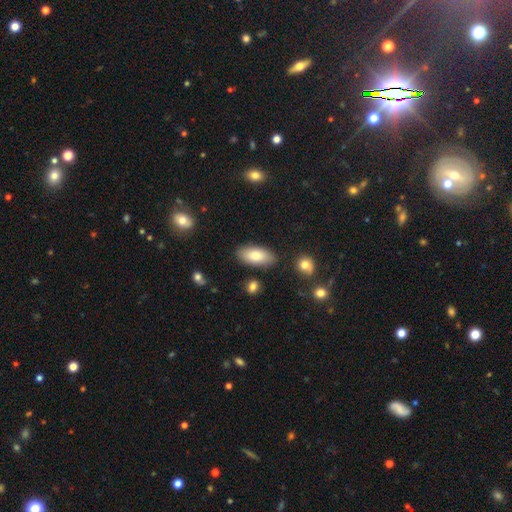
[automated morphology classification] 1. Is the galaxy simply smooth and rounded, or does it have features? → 81% smooth, 12% featured or disk, 6% star or artifact.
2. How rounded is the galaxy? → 89% in between, 9% cigar-shaped, 2% round.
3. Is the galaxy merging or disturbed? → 84% none, 11% minor disturbance, 3% merger, 2% major disturbance.